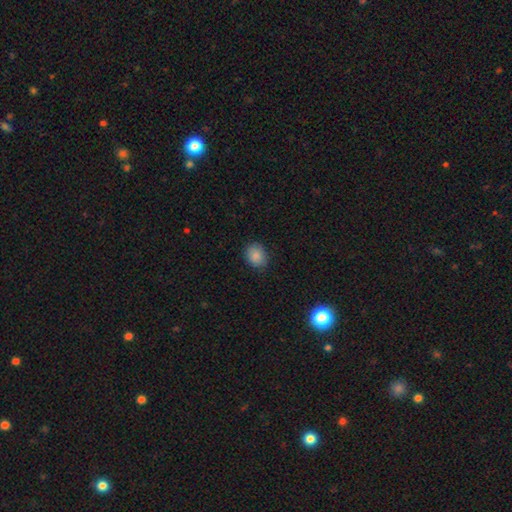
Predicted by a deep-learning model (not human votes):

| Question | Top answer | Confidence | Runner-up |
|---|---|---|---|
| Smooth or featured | smooth | 87% | star or artifact (9%) |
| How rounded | round | 52% | in between (47%) |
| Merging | none | 86% | minor disturbance (10%) |